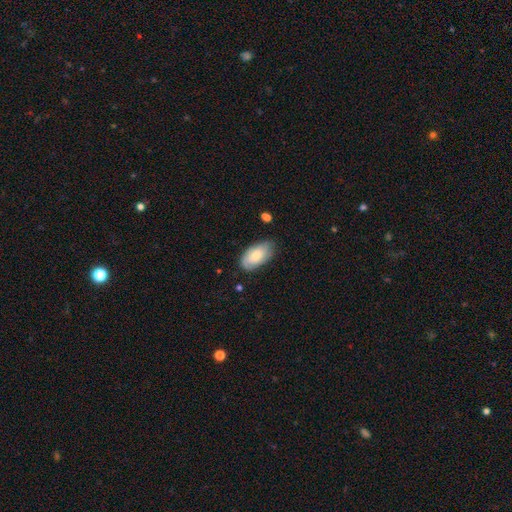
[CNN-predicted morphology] type=smooth (69%); roundness=in between (94%); merging=none (73%).